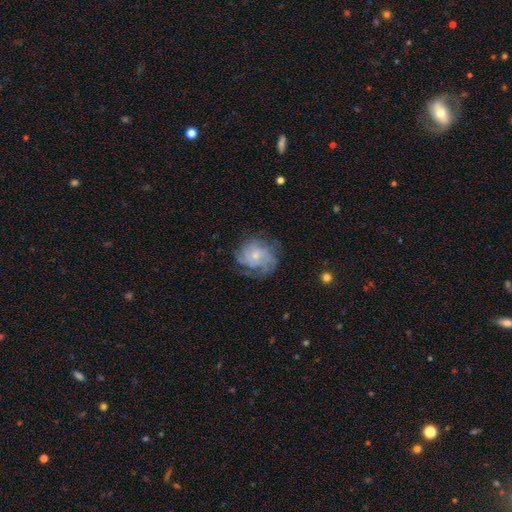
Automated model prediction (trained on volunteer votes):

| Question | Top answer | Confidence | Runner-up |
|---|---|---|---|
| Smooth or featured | featured or disk | 65% | smooth (26%) |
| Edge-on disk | no | 98% | yes (2%) |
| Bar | no | 79% | weak (18%) |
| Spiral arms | yes | 85% | no (15%) |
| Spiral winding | tight | 51% | medium (34%) |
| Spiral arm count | can't tell | 46% | 3 (17%) |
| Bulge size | small | 67% | moderate (27%) |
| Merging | none | 61% | minor disturbance (23%) |